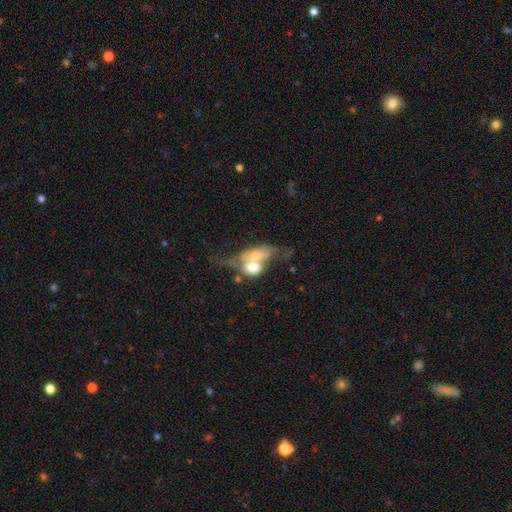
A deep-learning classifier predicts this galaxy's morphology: A smooth galaxy with no disk features (51%) that is in between round and cigar-shaped (72%).

Vote fractions:
- Smooth or featured? smooth: 51% / featured or disk: 41% / star or artifact: 9%
- How rounded? in between: 72% / round: 23% / cigar-shaped: 6%
- Merging? merger: 70% / major disturbance: 14% / none: 10% / minor disturbance: 7%